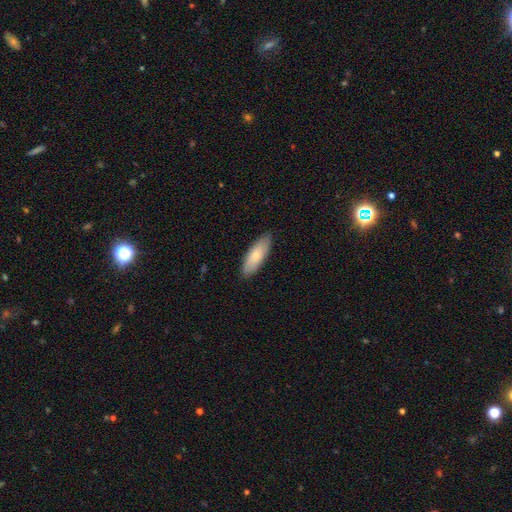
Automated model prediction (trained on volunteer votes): Morphology: type=smooth (75%); roundness=in between (67%); merging=none (85%).